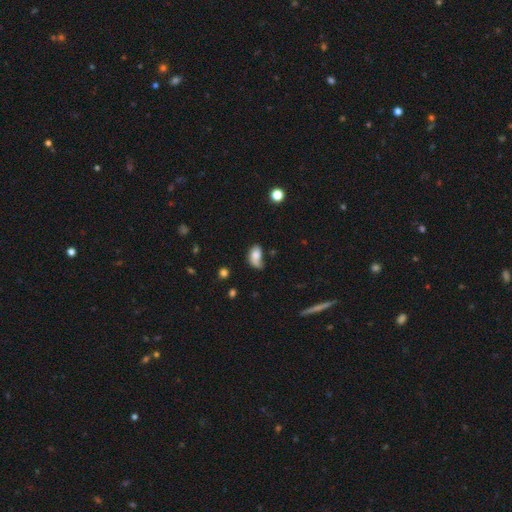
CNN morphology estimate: type=smooth (71%); roundness=in between (86%); merging=none (33%).